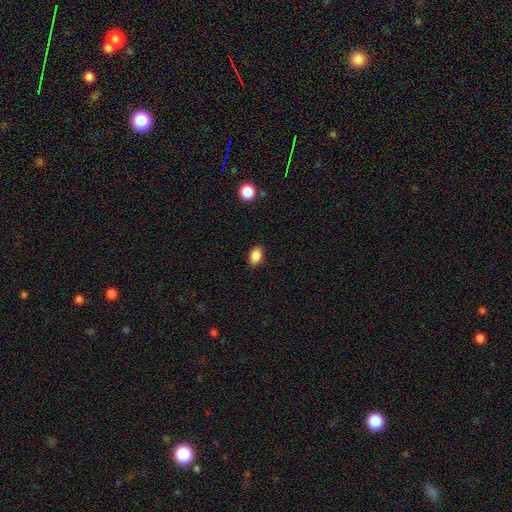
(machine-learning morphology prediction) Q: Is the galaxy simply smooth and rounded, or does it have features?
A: smooth — 87%.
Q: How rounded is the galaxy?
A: in between — 86%.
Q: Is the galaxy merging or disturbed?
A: none — 87%.